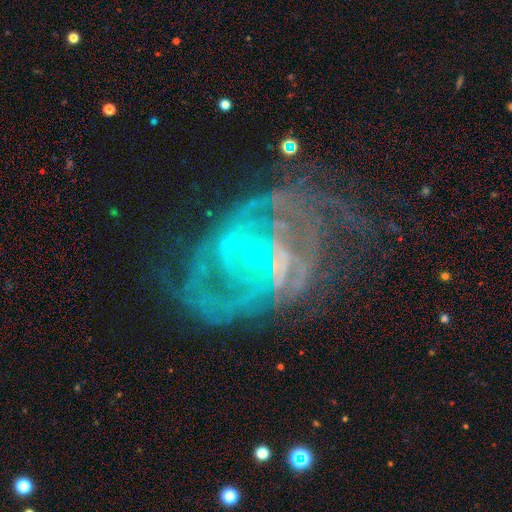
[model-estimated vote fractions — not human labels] Smooth or featured: featured or disk — 85% (star or artifact — 9%)
Edge-on disk: no — 97% (yes — 3%)
Bar: weak — 44% (strong — 29%)
Spiral arms: yes — 83% (no — 17%)
Spiral winding: medium — 41% (tied with tight — 41%)
Spiral arm count: can't tell — 35% (2 — 33%)
Bulge size: small — 76% (moderate — 14%)
Merging: none — 46% (major disturbance — 28%)